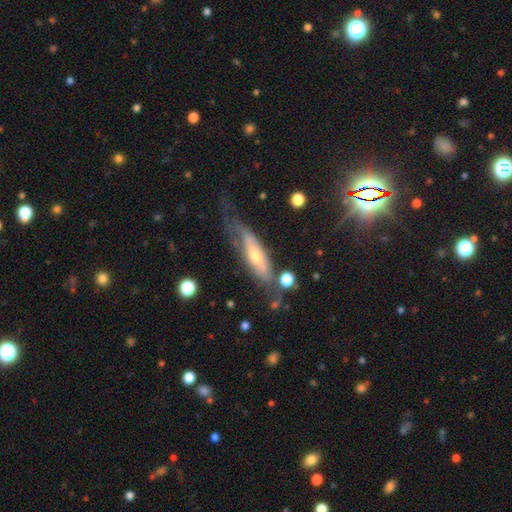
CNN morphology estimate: The model was most divided on "edge-on disk": no: 55%, yes: 45%. Remaining: smooth or featured — featured or disk (59%); merging — none (38%).